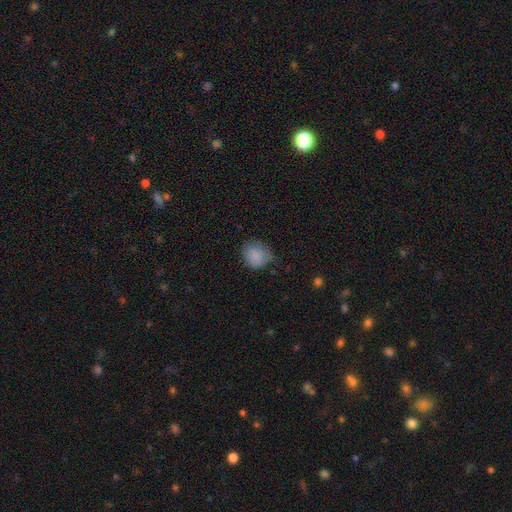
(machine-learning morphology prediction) smooth_or_featured: smooth (p=0.86) [alt: star or artifact p=0.08]
how_rounded: round (p=0.80) [alt: in between p=0.19]
merging: none (p=0.69) [alt: minor disturbance p=0.25]